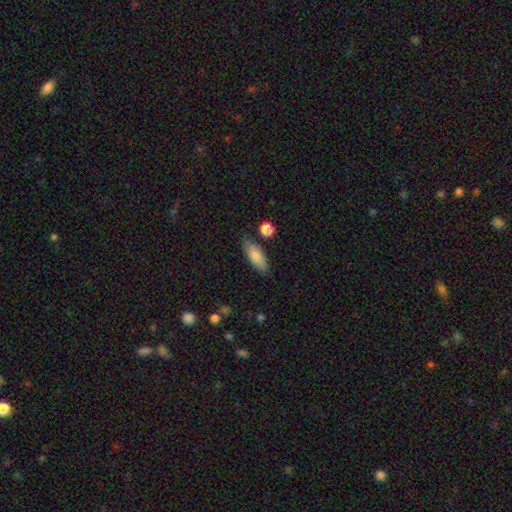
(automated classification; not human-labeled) Smooth or featured?
  - smooth: 81% *
  - featured or disk: 13%
  - star or artifact: 6%
How rounded?
  - in between: 74% *
  - cigar-shaped: 23%
  - round: 3%
Merging?
  - none: 76% *
  - minor disturbance: 17%
  - merger: 4%
  - major disturbance: 3%